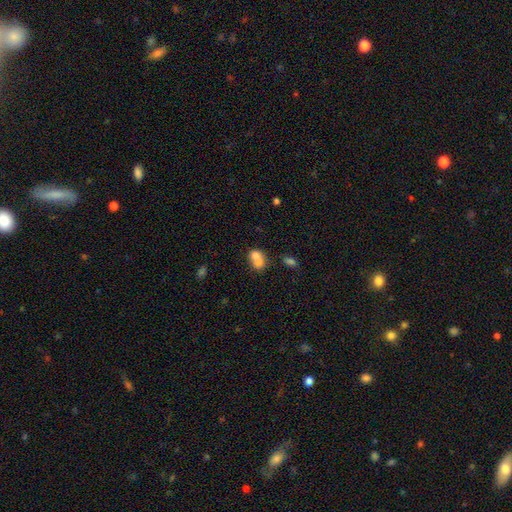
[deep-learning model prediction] A smooth galaxy with no disk features (71%) that is in between round and cigar-shaped (51%).

Vote fractions:
- Smooth or featured? smooth: 71% / featured or disk: 19% / star or artifact: 10%
- How rounded? in between: 51% / round: 48% / cigar-shaped: 1%
- Merging? merger: 69% / none: 21% / minor disturbance: 6% / major disturbance: 4%